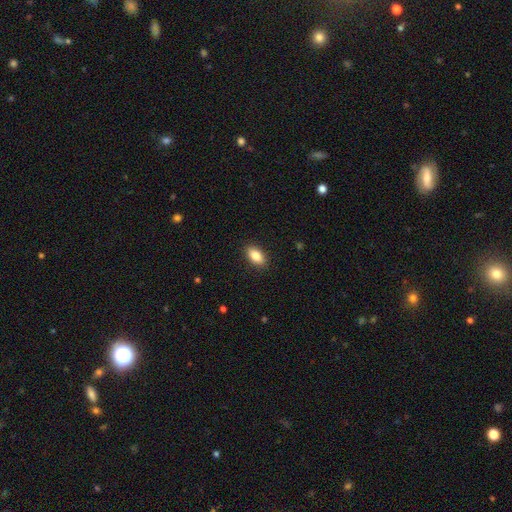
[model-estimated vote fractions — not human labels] smooth 86%, star or artifact 7%, featured or disk 6%. Down the decision tree: how rounded — in between (91%); merging — none (89%).